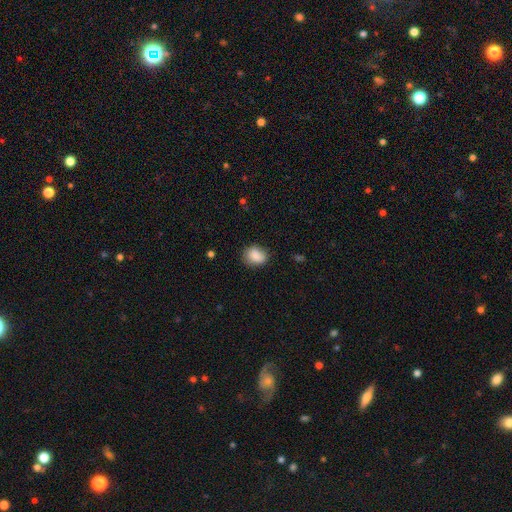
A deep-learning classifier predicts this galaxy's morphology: smooth-or-featured: smooth: 87% | star or artifact: 8% | featured or disk: 5%
  how-rounded: in between: 57% | round: 42% | cigar-shaped: 1%
  merging: none: 73% | minor disturbance: 21% | major disturbance: 5% | merger: 1%